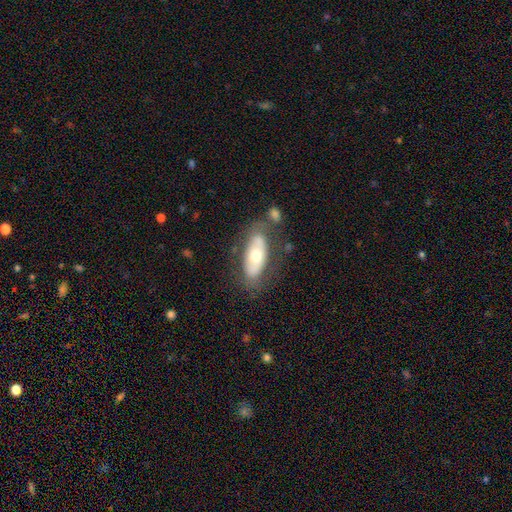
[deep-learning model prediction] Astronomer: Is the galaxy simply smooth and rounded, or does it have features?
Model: smooth — 49% (runner-up: featured or disk, 45%).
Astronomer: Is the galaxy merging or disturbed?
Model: none — 65%.